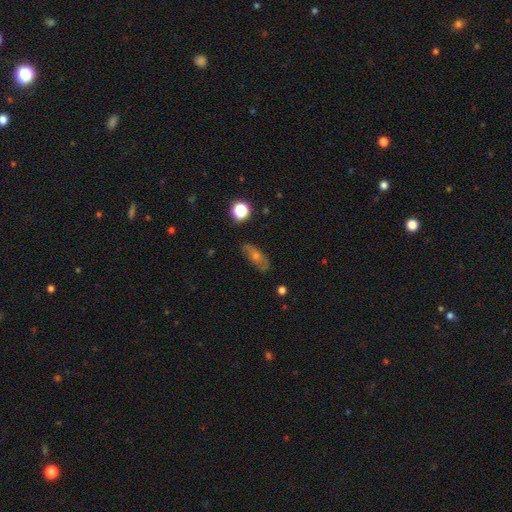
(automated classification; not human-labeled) The model was most divided on "smooth or featured": smooth: 47%, featured or disk: 38%, star or artifact: 15%. More confident: merging — none (76%).